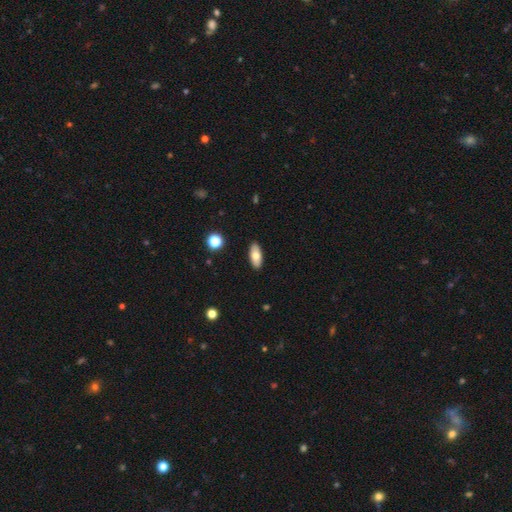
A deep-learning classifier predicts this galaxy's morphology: smooth 74%, featured or disk 19%, star or artifact 7%. Down the decision tree: how rounded — in between (84%); merging — none (90%).